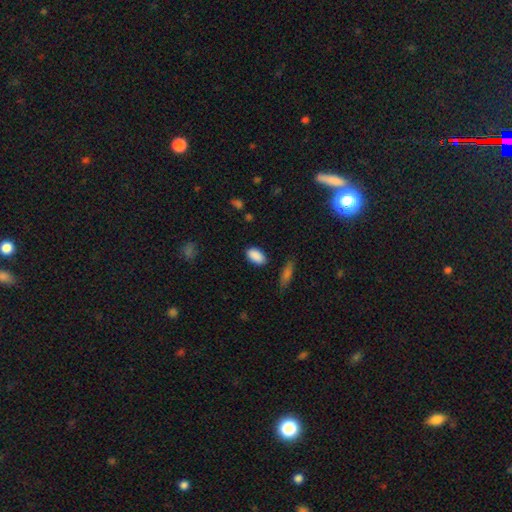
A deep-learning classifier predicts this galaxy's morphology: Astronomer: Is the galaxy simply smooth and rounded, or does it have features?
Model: smooth — 89%.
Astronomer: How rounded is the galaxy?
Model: in between — 93%.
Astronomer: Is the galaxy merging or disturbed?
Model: none — 84%.